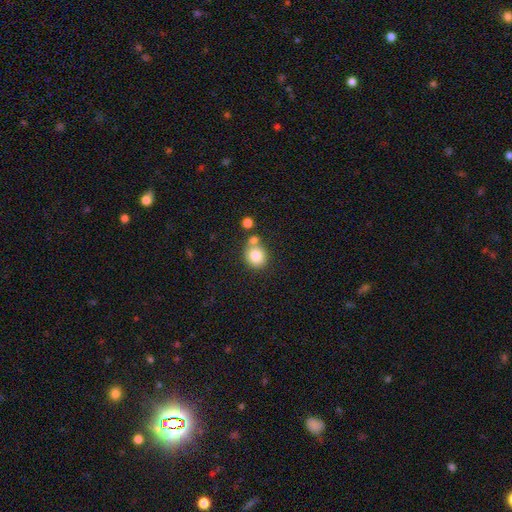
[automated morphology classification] Smooth or featured? Predicted: smooth (p=0.81). How rounded? Predicted: round (p=0.83). Merging? Predicted: none (p=0.63).